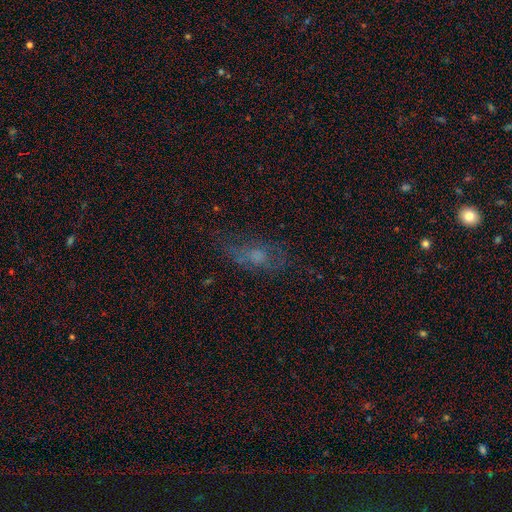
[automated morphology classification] smooth_or_featured: smooth (p=0.40) [alt: featured or disk p=0.38]
merging: none (p=0.54) [alt: minor disturbance p=0.23]